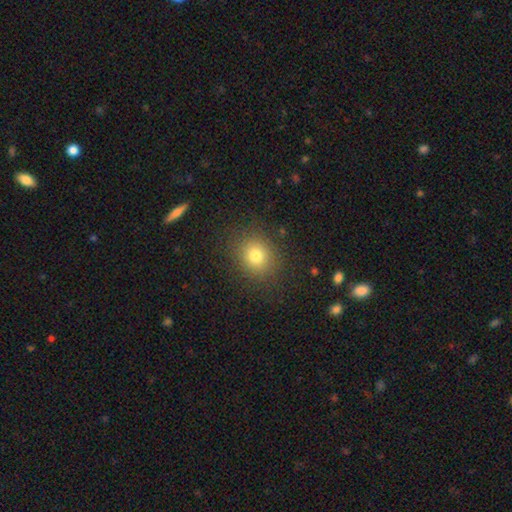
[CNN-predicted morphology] A smooth galaxy with no disk features (77%) that is round (76%). Merging: none (86%).